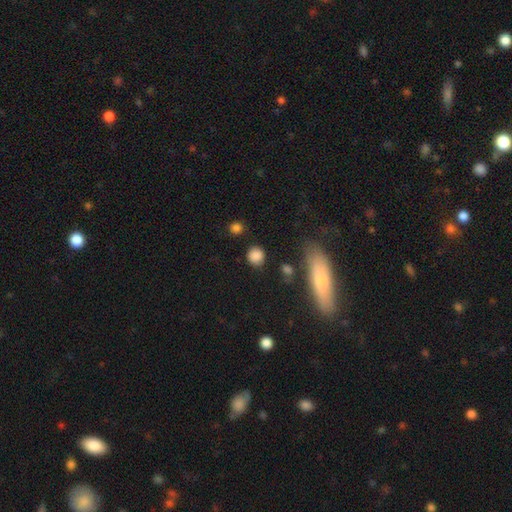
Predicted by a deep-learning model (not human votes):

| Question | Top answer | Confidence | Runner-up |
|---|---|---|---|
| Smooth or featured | smooth | 85% | star or artifact (10%) |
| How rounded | round | 86% | in between (12%) |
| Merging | none | 83% | minor disturbance (11%) |